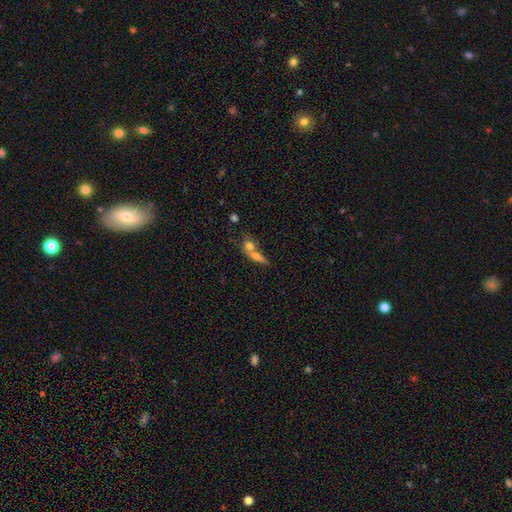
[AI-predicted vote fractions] A smooth galaxy with no disk features (61%) that is in between round and cigar-shaped (41%). Merging: merger (58%).